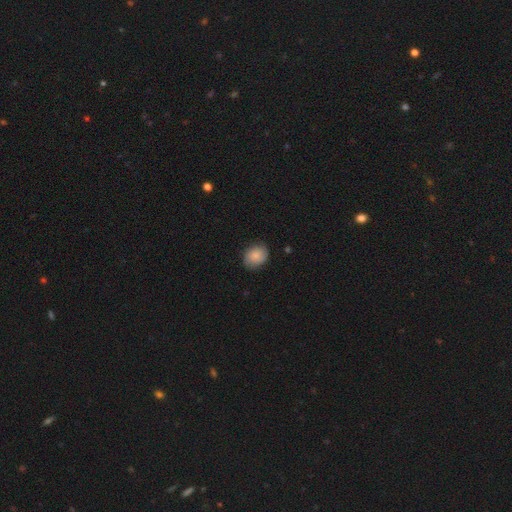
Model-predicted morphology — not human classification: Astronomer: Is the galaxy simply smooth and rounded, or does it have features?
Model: smooth — 77%.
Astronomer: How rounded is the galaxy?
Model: round — 52% (runner-up: in between, 47%).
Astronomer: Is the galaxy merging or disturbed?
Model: none — 79%.